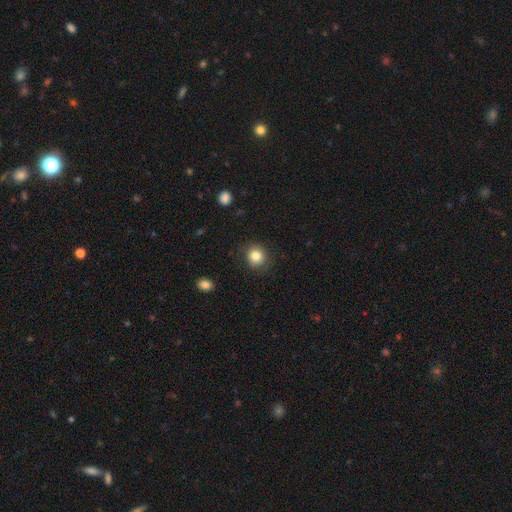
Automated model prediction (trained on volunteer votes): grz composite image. It shows a smooth galaxy with no disk features (83%) that is round (84%). Merging: none (85%).